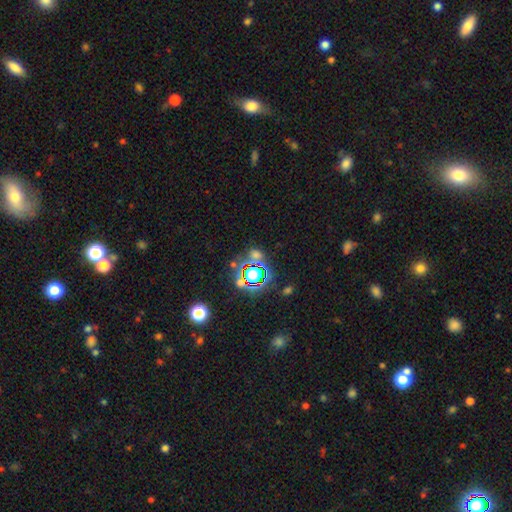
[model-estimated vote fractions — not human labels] Smooth or featured? Predicted: star or artifact (p=0.54).